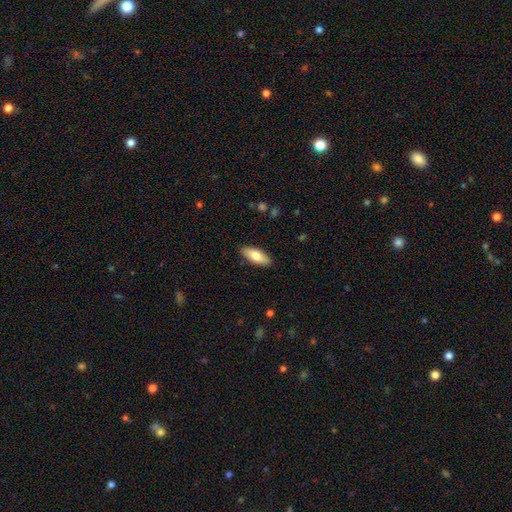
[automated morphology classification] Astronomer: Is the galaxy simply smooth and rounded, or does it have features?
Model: smooth — 79%.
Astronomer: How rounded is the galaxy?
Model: in between — 75%.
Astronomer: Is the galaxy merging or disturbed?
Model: none — 89%.